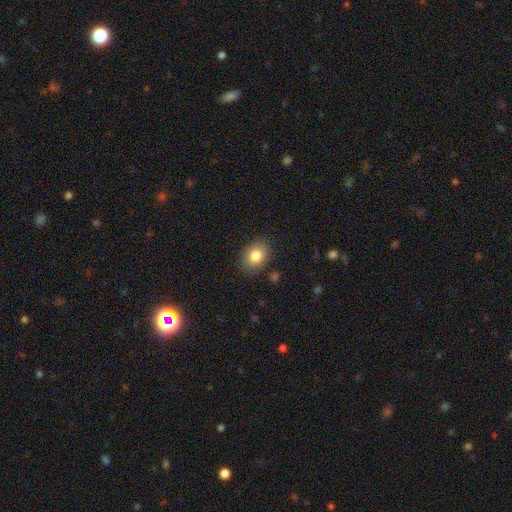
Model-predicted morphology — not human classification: Smooth or featured? Predicted: smooth (p=0.82). How rounded? Predicted: in between (p=0.69). Merging? Predicted: none (p=0.84).